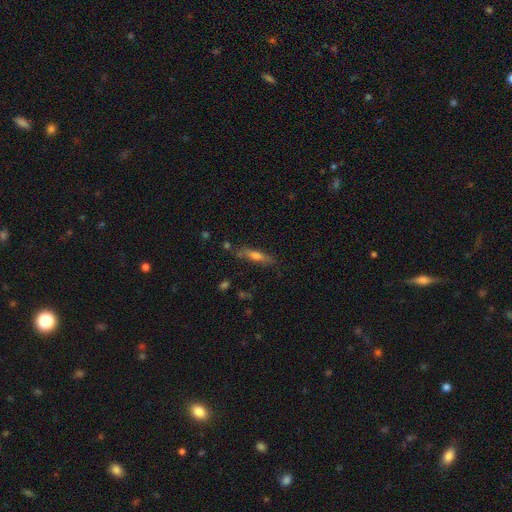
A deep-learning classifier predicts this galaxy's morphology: Smooth or featured? Predicted: smooth (p=0.48). Merging? Predicted: none (p=0.74).